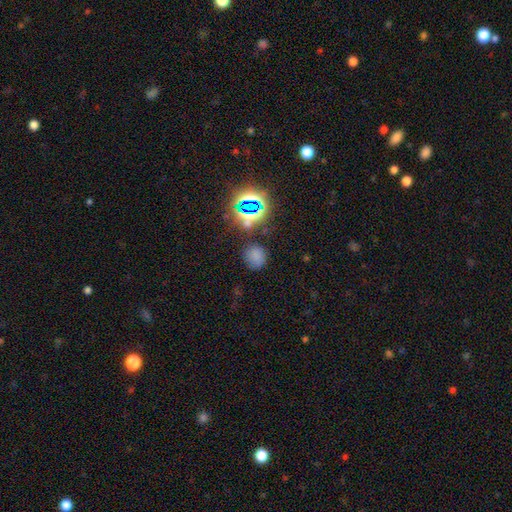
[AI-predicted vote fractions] Smooth or featured? Predicted: smooth (p=0.64). How rounded? Predicted: round (p=0.78). Merging? Predicted: none (p=0.75).